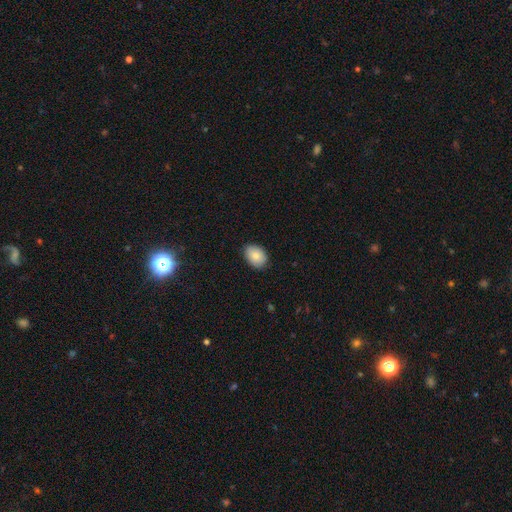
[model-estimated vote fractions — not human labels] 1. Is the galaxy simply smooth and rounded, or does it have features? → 83% smooth, 10% featured or disk, 7% star or artifact.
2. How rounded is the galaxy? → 78% in between, 21% round, 1% cigar-shaped.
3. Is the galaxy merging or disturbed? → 83% none, 14% minor disturbance, 2% major disturbance, 1% merger.